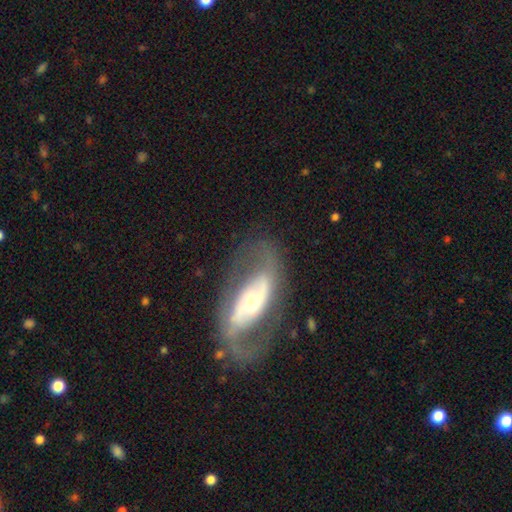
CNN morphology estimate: Overall: featured or disk (84%). Edge-on disk: no (93%). Bar: no (36%; strong 35%). Spiral arms: yes (87%). Spiral arm count: 2 (89%). Spiral winding: loose (44%; medium 41%). Bulge size: moderate (57%; small 33%). Merging: none (69%).